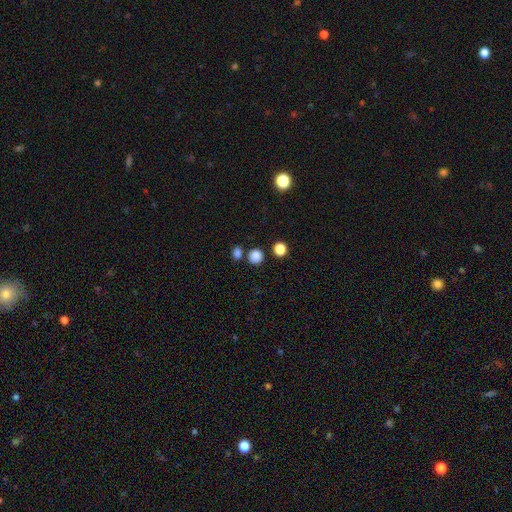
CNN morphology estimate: Smooth or featured? smooth (83%)
How rounded? round (89%)
Merging? none (76%)